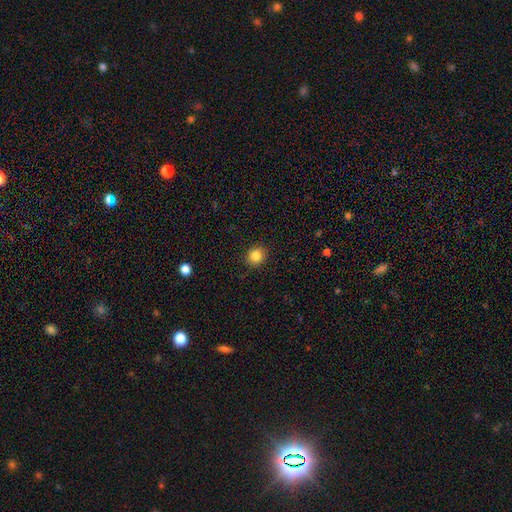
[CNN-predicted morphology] Smooth or featured: smooth — 85% (star or artifact — 11%)
How rounded: round — 84% (in between — 15%)
Merging: none — 90% (minor disturbance — 7%)